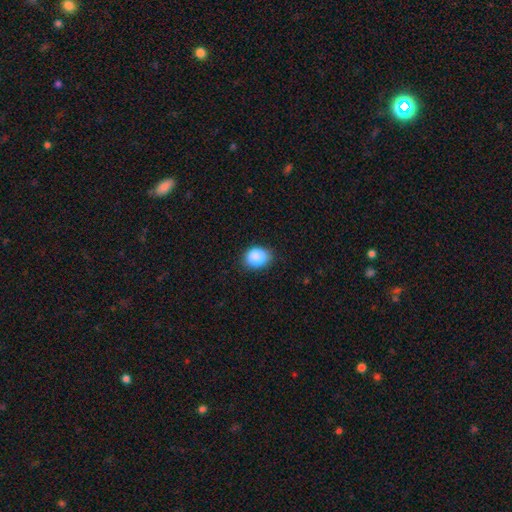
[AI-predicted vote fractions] smooth-or-featured: smooth: 87% | star or artifact: 9% | featured or disk: 4%
  how-rounded: in between: 54% | round: 45% | cigar-shaped: 1%
  merging: none: 82% | minor disturbance: 15% | major disturbance: 3% | merger: 1%